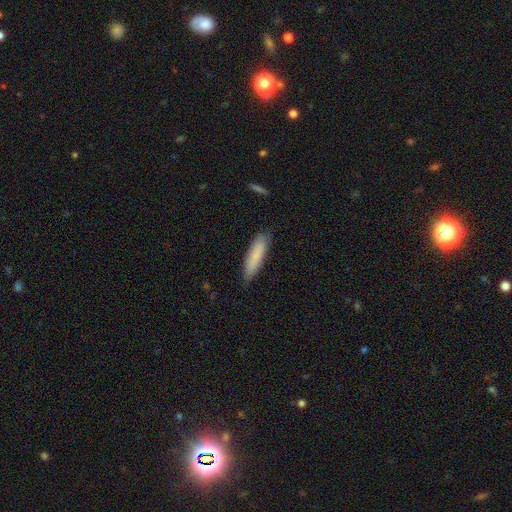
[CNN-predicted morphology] smooth_or_featured: smooth (p=0.81) [alt: featured or disk p=0.13]
how_rounded: cigar-shaped (p=0.68) [alt: in between p=0.30]
merging: none (p=0.79) [alt: minor disturbance p=0.17]